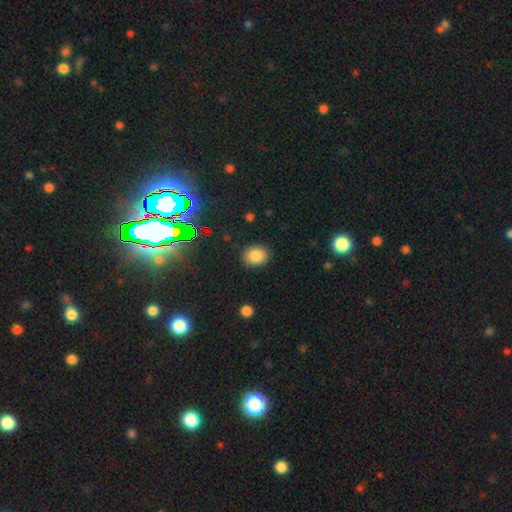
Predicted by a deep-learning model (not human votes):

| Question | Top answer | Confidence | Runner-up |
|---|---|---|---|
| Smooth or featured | smooth | 84% | star or artifact (11%) |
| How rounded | in between | 57% | round (42%) |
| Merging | none | 87% | minor disturbance (9%) |